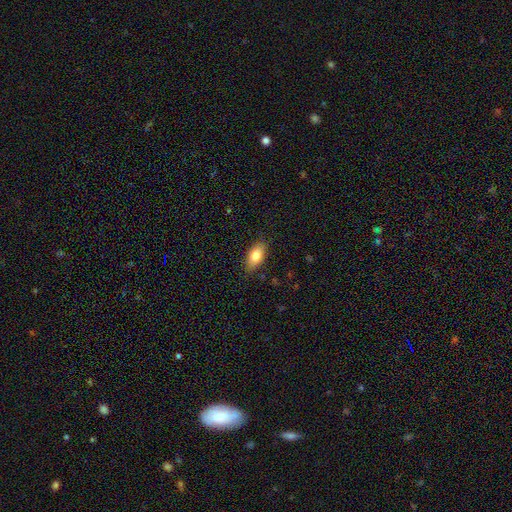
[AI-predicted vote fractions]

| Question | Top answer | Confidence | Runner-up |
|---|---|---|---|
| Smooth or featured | smooth | 82% | featured or disk (11%) |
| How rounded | in between | 89% | cigar-shaped (6%) |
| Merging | none | 83% | minor disturbance (13%) |